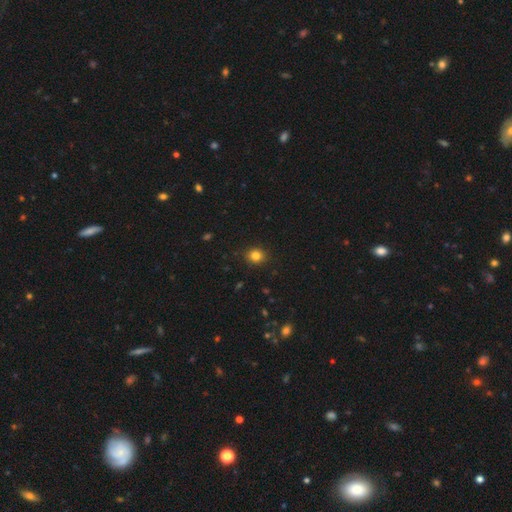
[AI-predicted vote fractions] smooth-or-featured: smooth: 83% | star or artifact: 12% | featured or disk: 5%
  how-rounded: round: 79% | in between: 20% | cigar-shaped: 1%
  merging: none: 90% | minor disturbance: 7% | major disturbance: 2% | merger: 1%